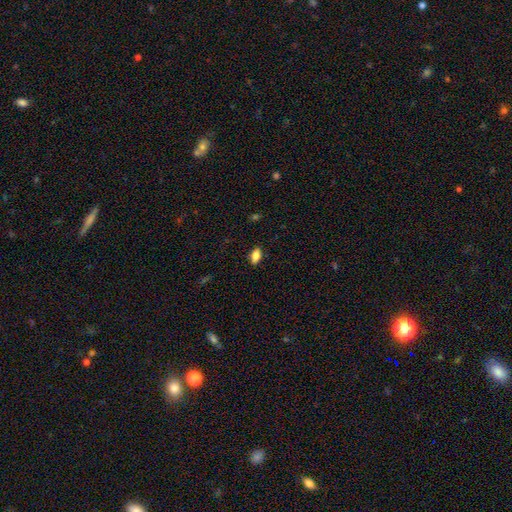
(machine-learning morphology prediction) The model was most divided on "smooth or featured": smooth: 84%, star or artifact: 8%, featured or disk: 7%. More confident: how rounded — in between (88%); merging — none (87%).